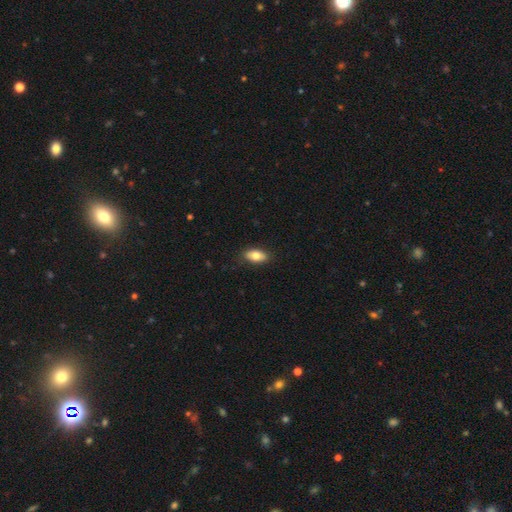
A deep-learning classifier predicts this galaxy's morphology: This appears to be a smooth galaxy with no disk features (79%) that is in between round and cigar-shaped (89%). Merging: none (85%).